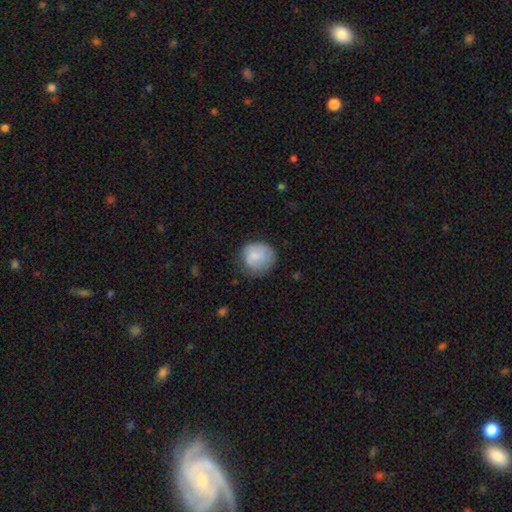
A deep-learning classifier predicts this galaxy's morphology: The model was most divided on "merging": none: 71%, minor disturbance: 20%, major disturbance: 7%, merger: 1%. More confident: how rounded — round (86%); smooth or featured — smooth (78%).